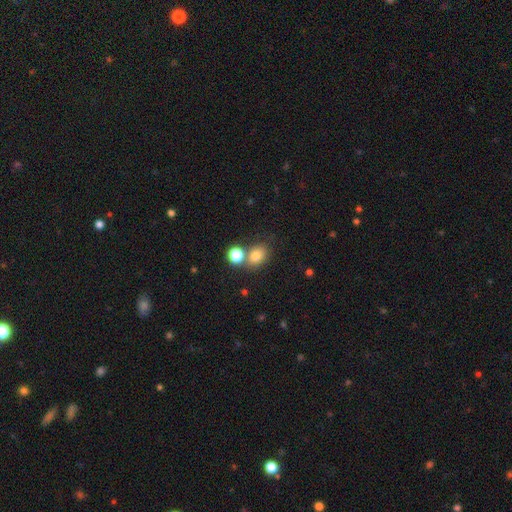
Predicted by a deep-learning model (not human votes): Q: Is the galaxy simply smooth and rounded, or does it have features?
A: smooth — 78%.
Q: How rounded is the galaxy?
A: round — 53%.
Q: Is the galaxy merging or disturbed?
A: none — 59%.